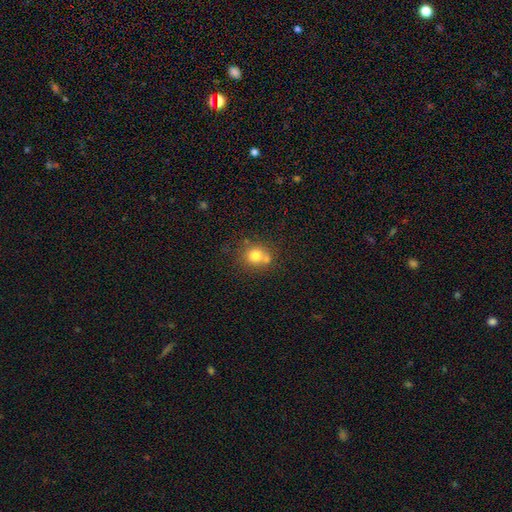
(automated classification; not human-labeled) Smooth or featured?
  - smooth: 75% *
  - featured or disk: 13%
  - star or artifact: 12%
How rounded?
  - round: 81% *
  - in between: 18%
  - cigar-shaped: 1%
Merging?
  - none: 53% *
  - merger: 30%
  - minor disturbance: 13%
  - major disturbance: 4%